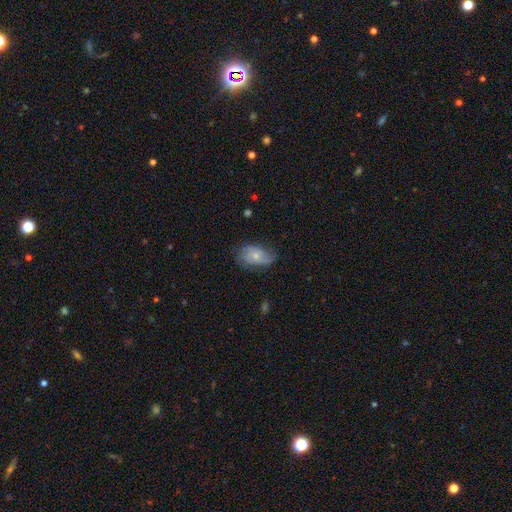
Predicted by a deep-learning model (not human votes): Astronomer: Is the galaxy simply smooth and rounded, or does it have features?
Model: smooth — 47% (runner-up: featured or disk, 45%).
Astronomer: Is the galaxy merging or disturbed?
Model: none — 54% (runner-up: minor disturbance, 31%).